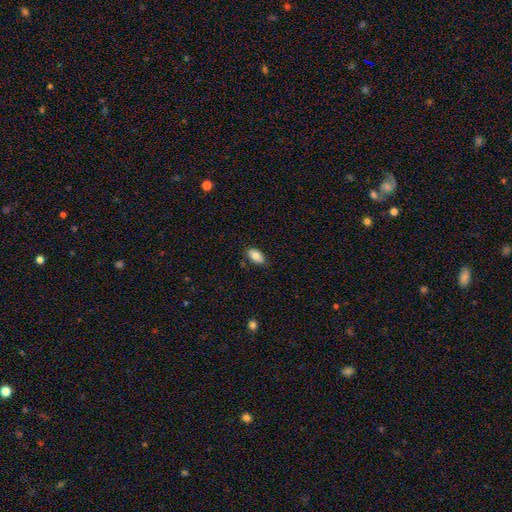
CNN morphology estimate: This appears to be a smooth galaxy with no disk features (80%) that is in between round and cigar-shaped (93%). Merging: none (82%).